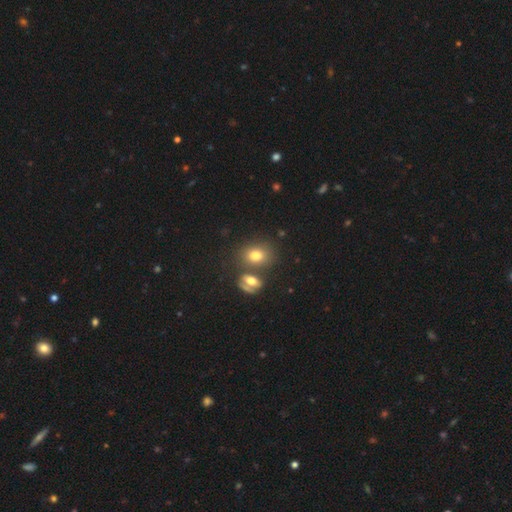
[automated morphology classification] Smooth or featured? Predicted: smooth (p=0.75). How rounded? Predicted: in between (p=0.55). Merging? Predicted: none (p=0.56).